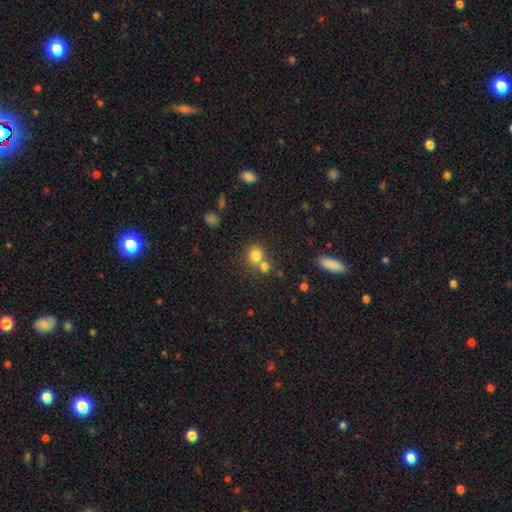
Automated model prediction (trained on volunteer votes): Q: Smooth or featured?
A: smooth (77%); runner-up: star or artifact (14%)
Q: How rounded?
A: round (85%); runner-up: in between (14%)
Q: Merging?
A: none (48%); runner-up: merger (42%)